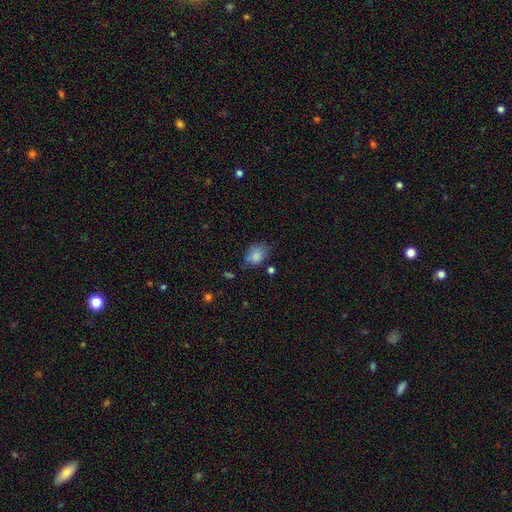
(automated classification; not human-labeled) Morphology: type=smooth (82%); roundness=in between (72%); merging=none (57%).